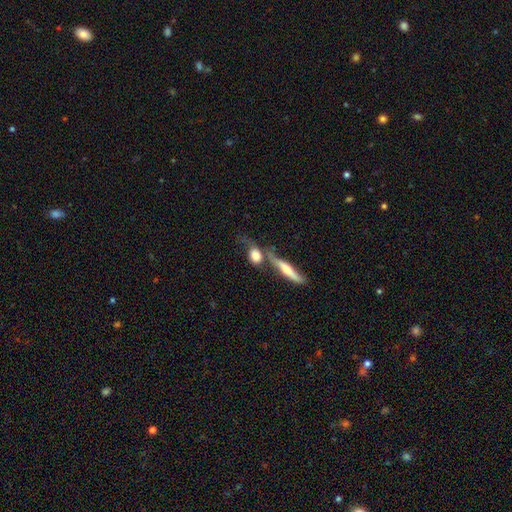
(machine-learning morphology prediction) The model was most divided on "merging": merger: 40%, none: 32%, minor disturbance: 15%, major disturbance: 13%. Remaining: smooth or featured — smooth (66%); how rounded — in between (49%).